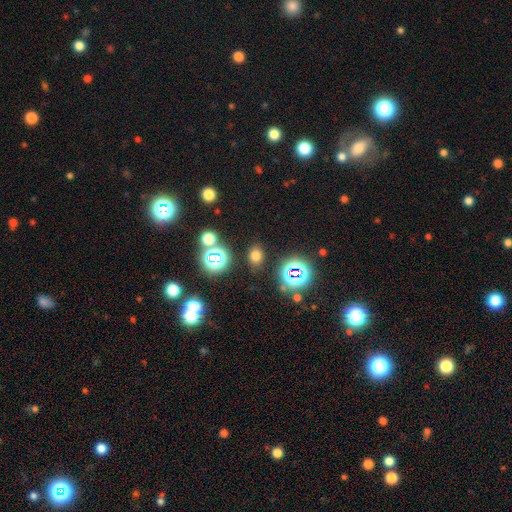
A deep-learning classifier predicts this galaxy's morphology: smooth_or_featured: smooth (p=0.68) [alt: star or artifact p=0.25]
how_rounded: round (p=0.50) [alt: in between p=0.49]
merging: none (p=0.85) [alt: minor disturbance p=0.09]